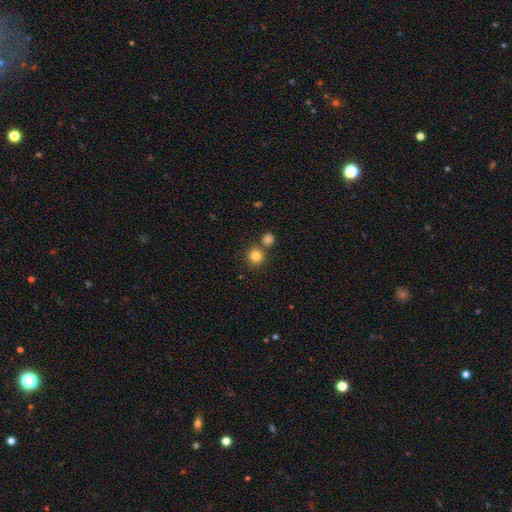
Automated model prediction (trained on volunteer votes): smooth 83%, star or artifact 11%, featured or disk 6%. Down the decision tree: how rounded — round (92%); merging — none (73%).